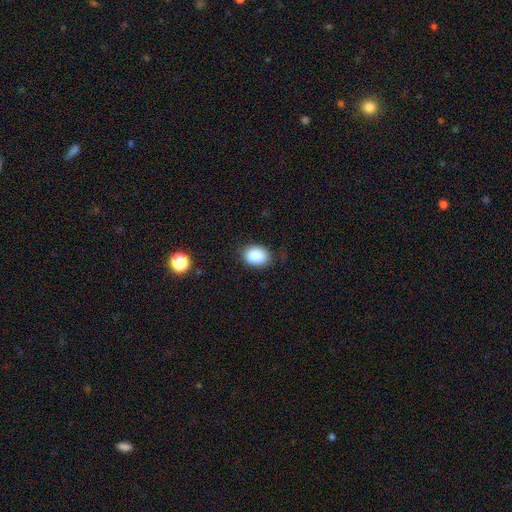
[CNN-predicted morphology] type=smooth (88%); roundness=in between (72%); merging=none (83%).